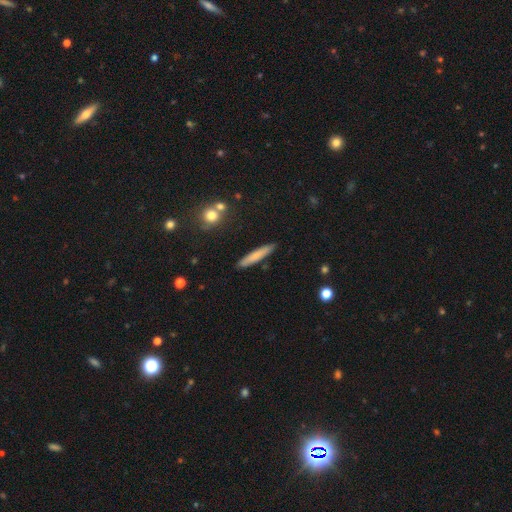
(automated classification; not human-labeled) Q: Smooth or featured?
A: smooth (73%); runner-up: featured or disk (21%)
Q: How rounded?
A: cigar-shaped (93%); runner-up: in between (6%)
Q: Merging?
A: none (89%); runner-up: minor disturbance (7%)